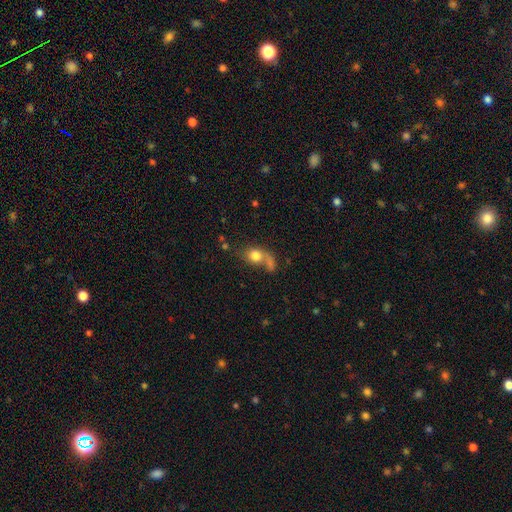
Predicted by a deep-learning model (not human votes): Q: Smooth or featured?
A: smooth (72%); runner-up: featured or disk (18%)
Q: How rounded?
A: round (49%); tied with: in between (49%)
Q: Merging?
A: merger (33%); runner-up: none (32%)